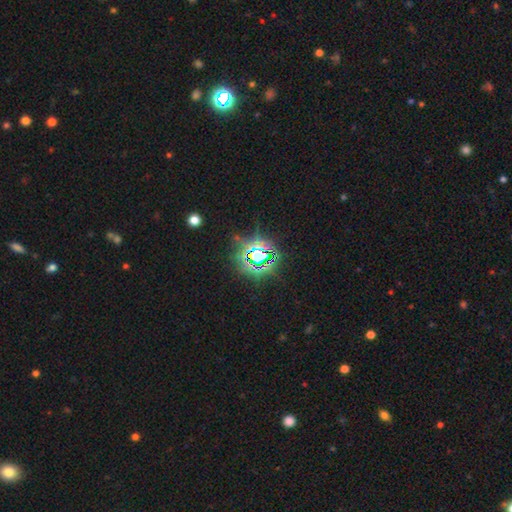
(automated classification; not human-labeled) Overall: star or artifact (77%).